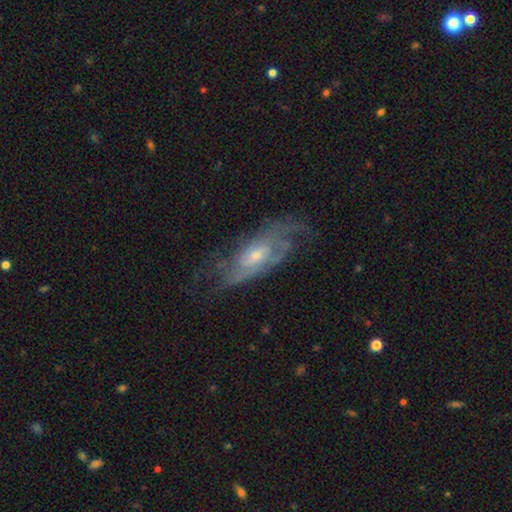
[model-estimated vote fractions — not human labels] Smooth or featured?
  - featured or disk: 81% *
  - smooth: 12%
  - star or artifact: 7%
Edge-on disk?
  - no: 89% *
  - yes: 11%
Bar?
  - no: 61% *
  - weak: 33%
  - strong: 6%
Spiral arms?
  - yes: 91% *
  - no: 9%
Spiral winding?
  - tight: 43% *
  - medium: 41%
  - loose: 16%
Spiral arm count?
  - can't tell: 37% *
  - 2: 31%
  - 3: 16%
  - 4: 7%
  - 1: 5%
  - more than 4: 4%
Bulge size?
  - small: 50% *
  - moderate: 44%
  - large: 3%
  - none: 3%
  - dominant: 1%
Merging?
  - none: 65% *
  - minor disturbance: 20%
  - major disturbance: 13%
  - merger: 2%